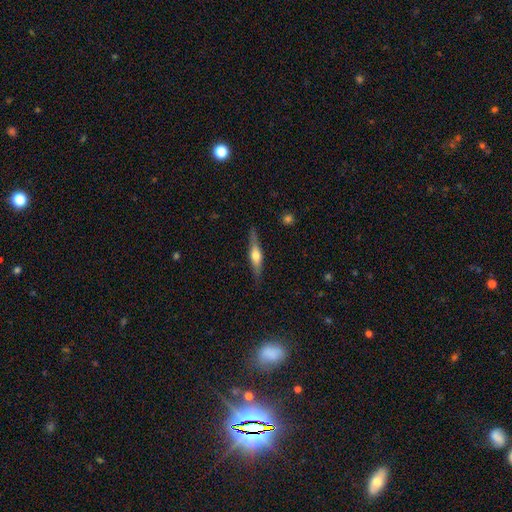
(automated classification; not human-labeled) Overall: featured or disk (61%; smooth 33%). Edge-on disk: yes (94%). Edge-on bulge: rounded (91%). Merging: none (85%).